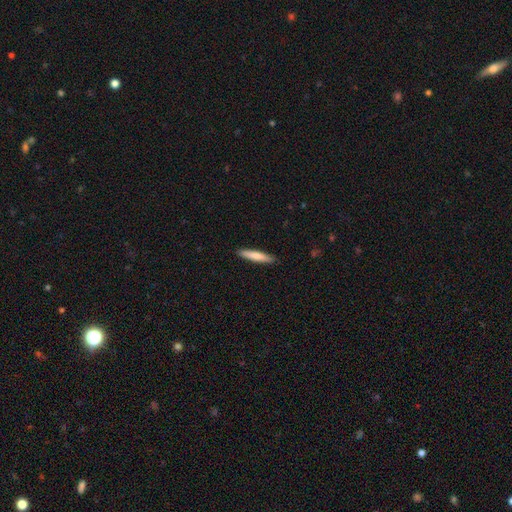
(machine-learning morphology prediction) smooth-or-featured: smooth: 76% | featured or disk: 19% | star or artifact: 5%
  how-rounded: cigar-shaped: 90% | in between: 9% | round: 1%
  merging: none: 89% | minor disturbance: 8% | major disturbance: 2% | merger: 1%